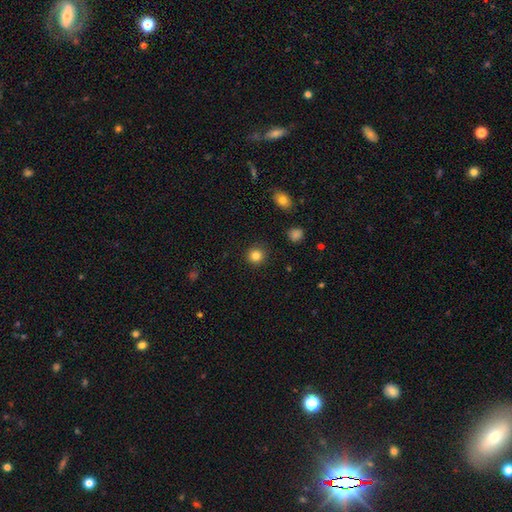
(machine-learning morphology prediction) Smooth or featured? Predicted: smooth (p=0.84). How rounded? Predicted: round (p=0.91). Merging? Predicted: none (p=0.90).